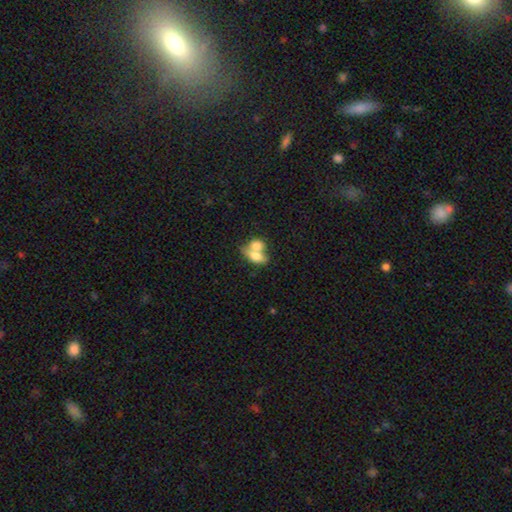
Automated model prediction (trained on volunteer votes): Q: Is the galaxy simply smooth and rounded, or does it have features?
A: smooth — 71%.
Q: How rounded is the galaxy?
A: in between — 77%.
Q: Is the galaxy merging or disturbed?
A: merger — 70%.